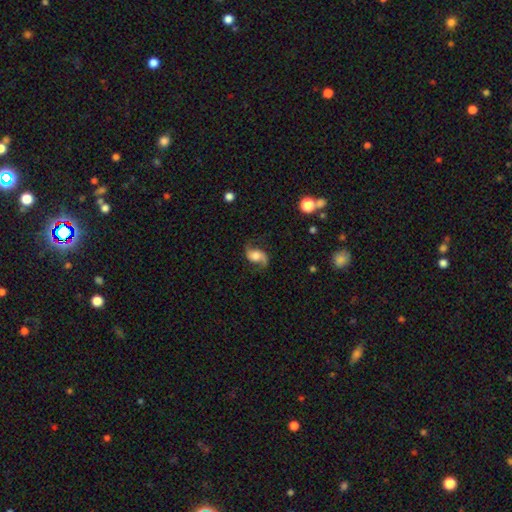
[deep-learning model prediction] Smooth or featured? featured or disk (77%)
Edge-on disk? no (97%)
Bar? no (61%)
Spiral arms? yes (95%)
Spiral winding? loose (68%)
Spiral arm count? 2 (91%)
Bulge size? moderate (43%)
Merging? none (74%)